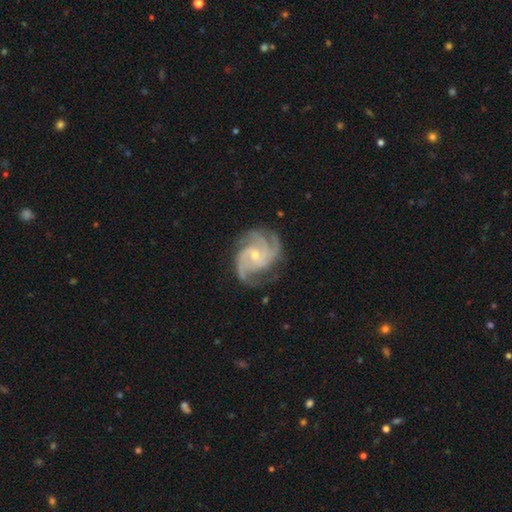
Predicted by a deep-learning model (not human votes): The model was most divided on "spiral winding": tight: 47%, medium: 46%, loose: 7%. Remaining: spiral arms — yes (99%); edge-on disk — no (98%); smooth or featured — featured or disk (93%); merging — none (74%); bar — no (65%); bulge size — small (61%); spiral arm count — 3 (47%).